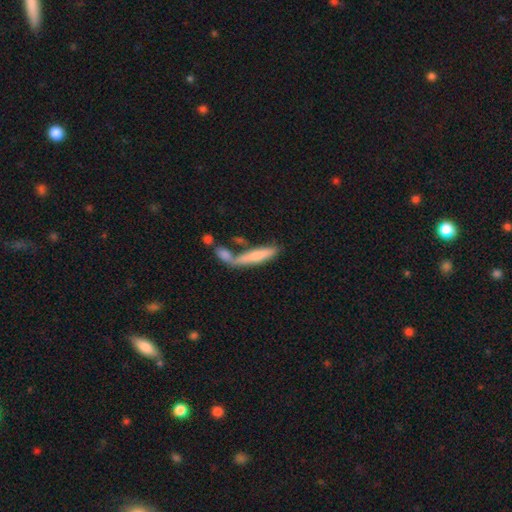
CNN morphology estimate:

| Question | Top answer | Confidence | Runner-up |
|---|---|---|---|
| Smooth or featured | smooth | 64% | featured or disk (29%) |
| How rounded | cigar-shaped | 78% | in between (20%) |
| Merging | none | 42% | merger (37%) |